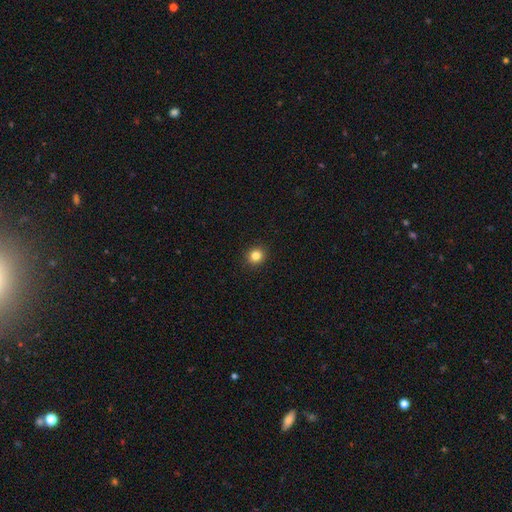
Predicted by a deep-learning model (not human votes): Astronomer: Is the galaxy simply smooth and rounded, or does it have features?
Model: smooth — 84%.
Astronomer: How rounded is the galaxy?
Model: round — 85%.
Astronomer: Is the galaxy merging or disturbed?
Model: none — 93%.